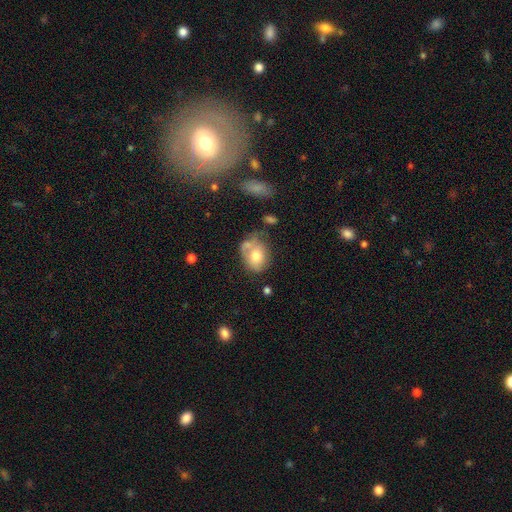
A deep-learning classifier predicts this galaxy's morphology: Q: Smooth or featured?
A: smooth (65%); runner-up: featured or disk (27%)
Q: How rounded?
A: in between (61%); runner-up: round (38%)
Q: Merging?
A: none (36%); runner-up: minor disturbance (26%)